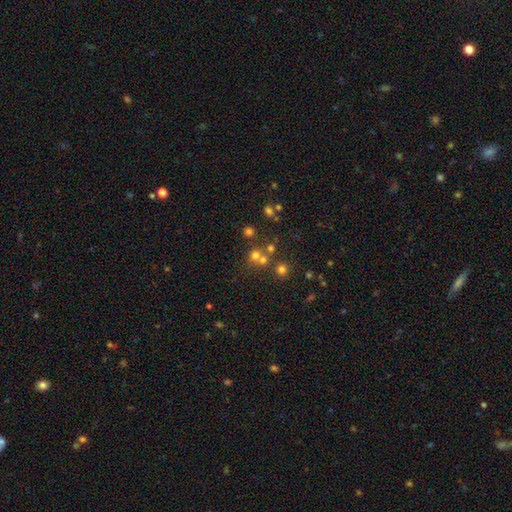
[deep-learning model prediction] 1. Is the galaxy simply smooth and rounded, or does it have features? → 63% smooth, 23% star or artifact, 14% featured or disk.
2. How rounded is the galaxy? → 89% round, 10% in between, 1% cigar-shaped.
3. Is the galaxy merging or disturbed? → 57% none, 33% merger, 7% minor disturbance, 4% major disturbance.